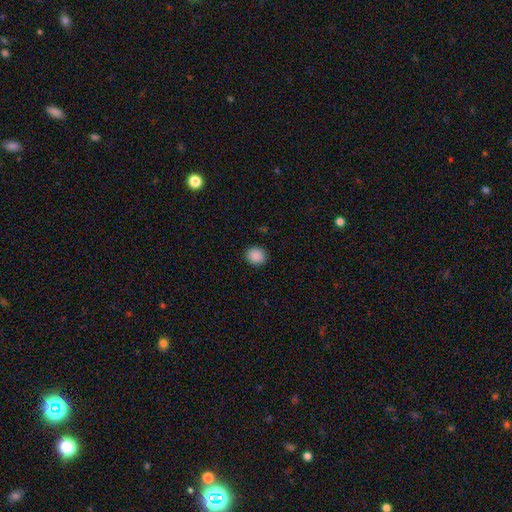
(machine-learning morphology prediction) Smooth or featured? smooth (89%)
How rounded? round (74%)
Merging? none (90%)